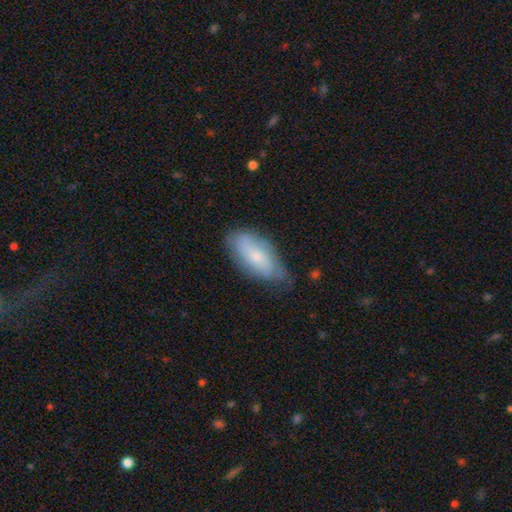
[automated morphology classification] Smooth or featured? Predicted: smooth (p=0.56). How rounded? Predicted: in between (p=0.88). Merging? Predicted: none (p=0.61).